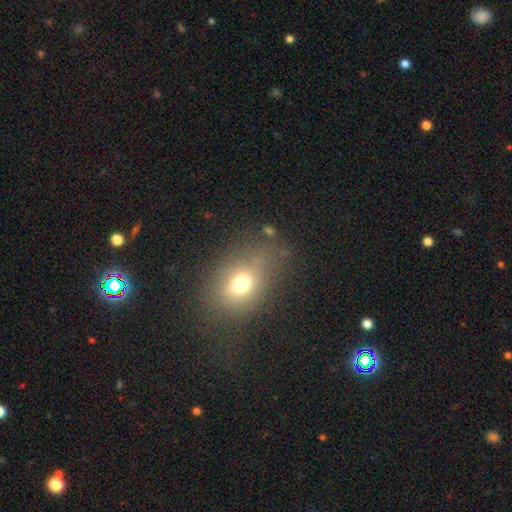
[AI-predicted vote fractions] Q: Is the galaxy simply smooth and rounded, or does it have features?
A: smooth — 62%.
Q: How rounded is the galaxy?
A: in between — 62%.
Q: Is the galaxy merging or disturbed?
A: none — 65%.